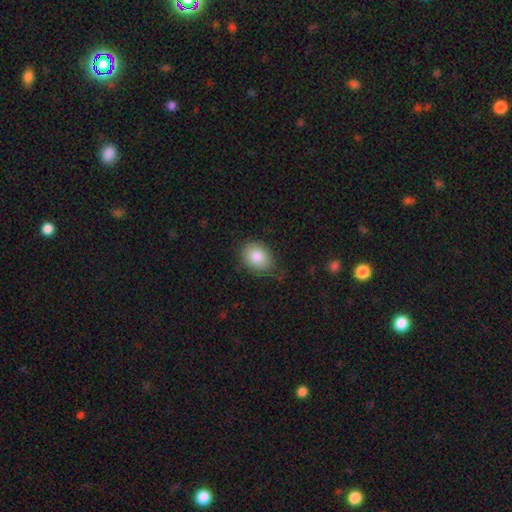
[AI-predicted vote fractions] A smooth galaxy with no disk features (83%) that is in between round and cigar-shaped (60%).

Vote fractions:
- Smooth or featured? smooth: 83% / featured or disk: 9% / star or artifact: 8%
- How rounded? in between: 60% / round: 39% / cigar-shaped: 1%
- Merging? none: 76% / minor disturbance: 19% / major disturbance: 4% / merger: 1%